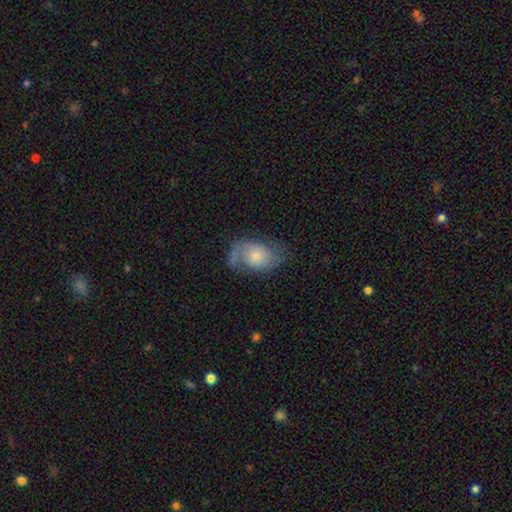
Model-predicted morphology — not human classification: Smooth or featured: featured or disk — 60% (smooth — 32%)
Edge-on disk: no — 96% (yes — 4%)
Bar: no — 74% (weak — 23%)
Spiral arms: yes — 87% (no — 13%)
Spiral winding: medium — 42% (loose — 38%)
Spiral arm count: 2 — 73% (1 — 14%)
Bulge size: small — 49% (moderate — 35%)
Merging: none — 57% (minor disturbance — 24%)